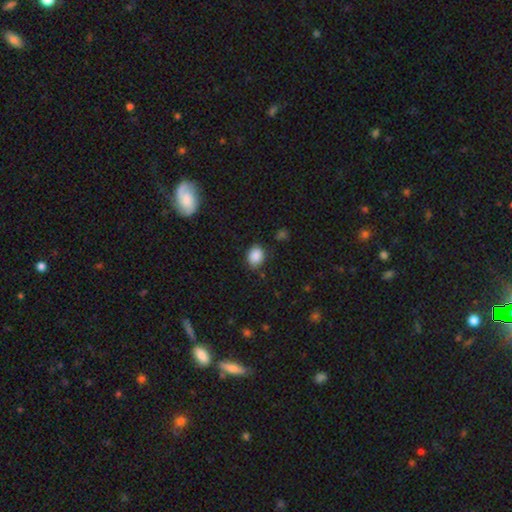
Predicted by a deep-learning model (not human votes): A smooth galaxy with no disk features (88%) that is in between round and cigar-shaped (57%).

Vote fractions:
- Smooth or featured? smooth: 88% / star or artifact: 9% / featured or disk: 4%
- How rounded? in between: 57% / round: 42% / cigar-shaped: 1%
- Merging? none: 81% / minor disturbance: 14% / major disturbance: 3% / merger: 2%